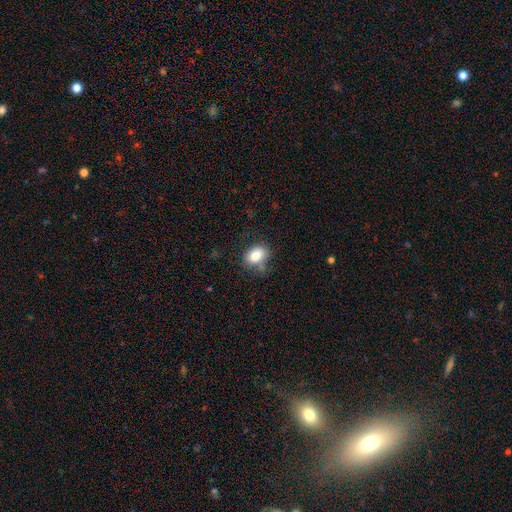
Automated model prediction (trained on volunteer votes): The model was most divided on "merging": none: 68%, minor disturbance: 21%, major disturbance: 7%, merger: 4%. More confident: smooth or featured — smooth (84%); how rounded — in between (73%).